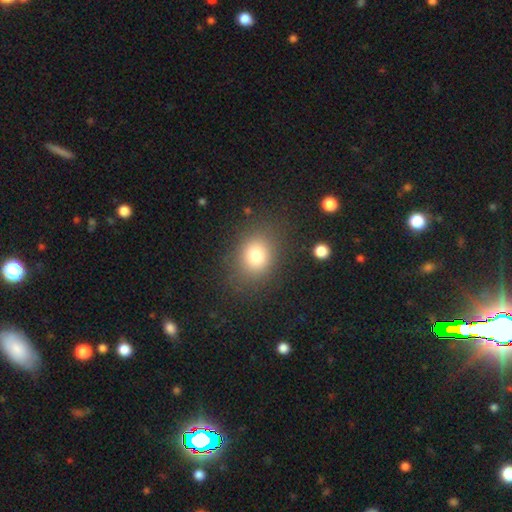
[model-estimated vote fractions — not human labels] This is likely a smooth galaxy (77%). How rounded: possibly round (57%). Merging: clearly none (82%).